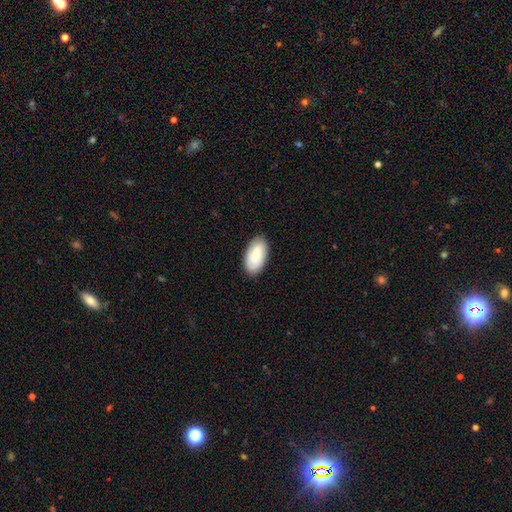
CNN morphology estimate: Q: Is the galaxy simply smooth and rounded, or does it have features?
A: smooth — 73%.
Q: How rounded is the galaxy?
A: in between — 95%.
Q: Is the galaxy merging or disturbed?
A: none — 86%.